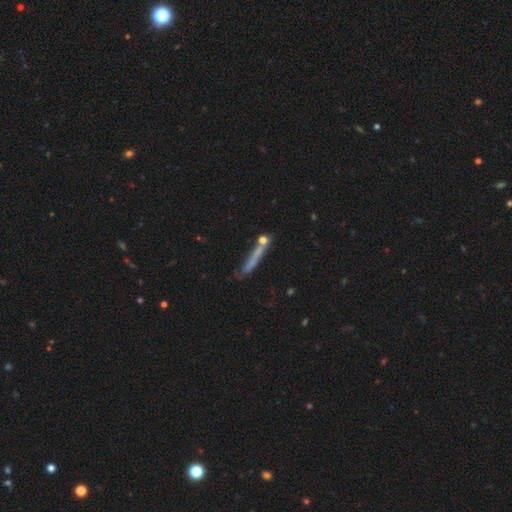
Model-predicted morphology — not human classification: Overall: smooth (56%; featured or disk 32%). How rounded: cigar-shaped (91%). Merging: none (66%).